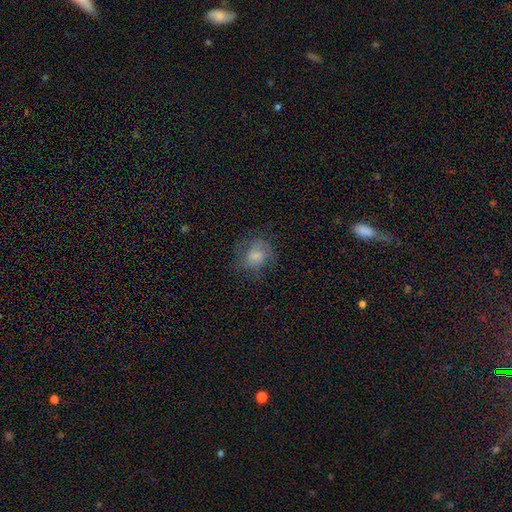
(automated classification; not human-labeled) Q: Smooth or featured?
A: smooth (64%); runner-up: featured or disk (24%)
Q: How rounded?
A: round (62%); runner-up: in between (36%)
Q: Merging?
A: none (60%); runner-up: minor disturbance (21%)